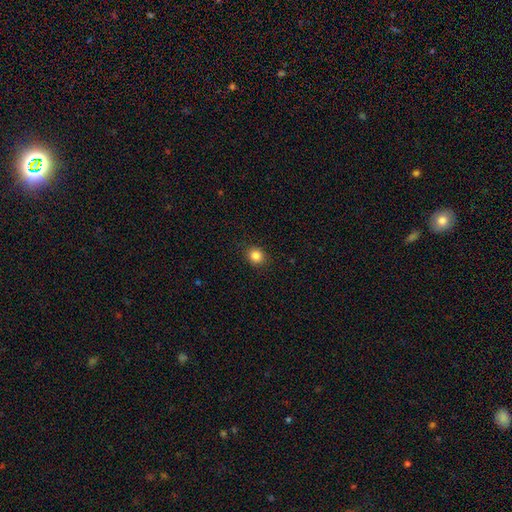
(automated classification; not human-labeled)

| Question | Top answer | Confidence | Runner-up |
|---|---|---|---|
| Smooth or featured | smooth | 85% | star or artifact (11%) |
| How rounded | round | 80% | in between (19%) |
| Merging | none | 90% | minor disturbance (7%) |